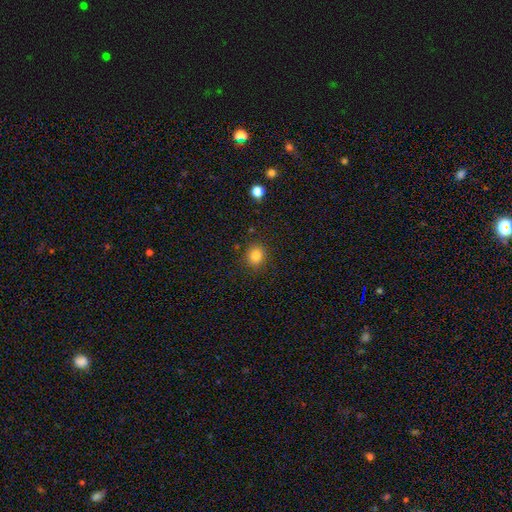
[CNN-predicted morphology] This appears to be a smooth galaxy with no disk features (84%) that is round (79%). Merging: none (86%).